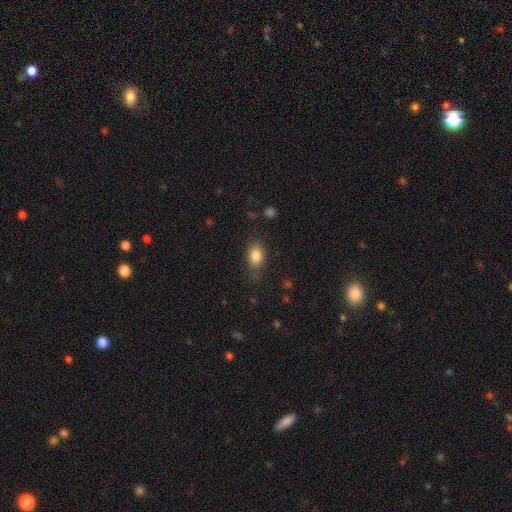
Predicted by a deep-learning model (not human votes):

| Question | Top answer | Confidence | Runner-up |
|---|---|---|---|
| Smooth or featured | smooth | 83% | star or artifact (9%) |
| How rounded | in between | 73% | round (25%) |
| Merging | none | 77% | minor disturbance (16%) |